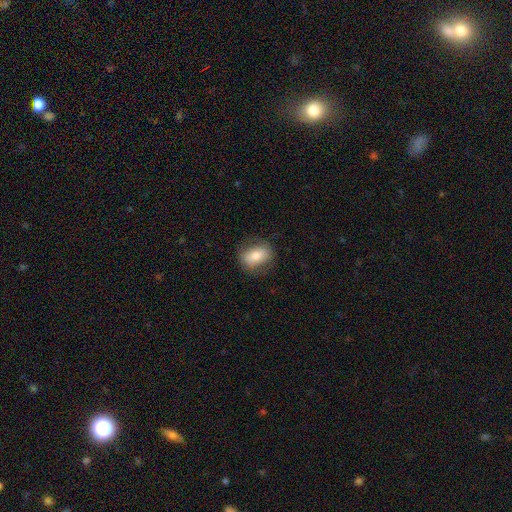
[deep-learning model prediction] Overall: smooth (73%). How rounded: in between (72%). Merging: none (80%).